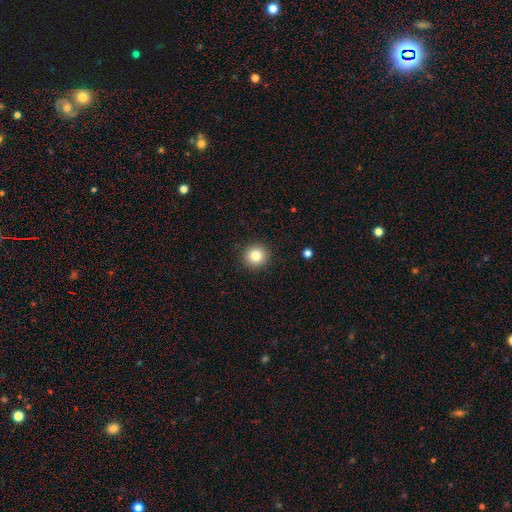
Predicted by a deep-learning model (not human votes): smooth 82%, star or artifact 11%, featured or disk 7%. Down the decision tree: how rounded — round (93%); merging — none (92%).